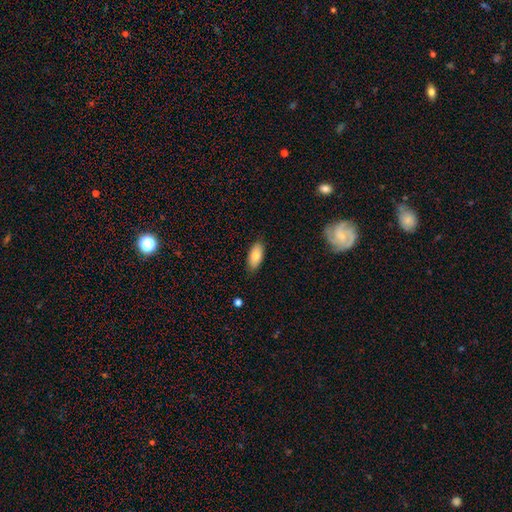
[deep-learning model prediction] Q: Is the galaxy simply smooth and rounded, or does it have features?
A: smooth — 81%.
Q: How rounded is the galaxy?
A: in between — 90%.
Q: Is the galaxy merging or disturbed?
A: none — 85%.